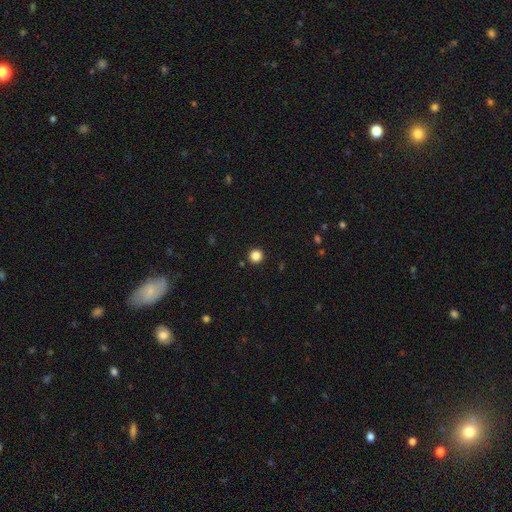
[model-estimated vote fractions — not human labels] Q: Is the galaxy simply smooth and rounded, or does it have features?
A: smooth — 85%.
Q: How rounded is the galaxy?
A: round — 96%.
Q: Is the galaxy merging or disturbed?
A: none — 94%.